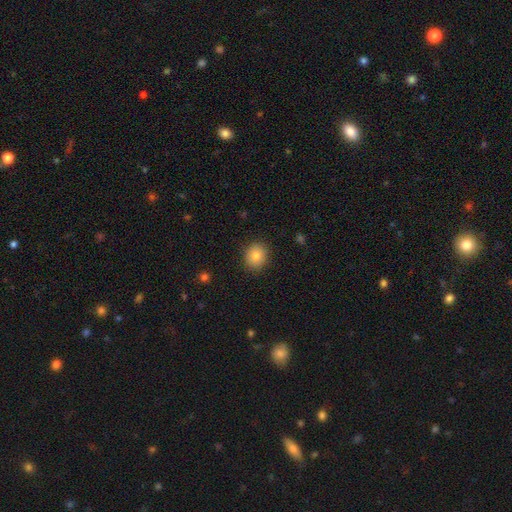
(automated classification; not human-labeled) Smooth or featured?
  - smooth: 82% *
  - star or artifact: 10%
  - featured or disk: 8%
How rounded?
  - round: 76% *
  - in between: 24%
  - cigar-shaped: 1%
Merging?
  - none: 89% *
  - minor disturbance: 8%
  - major disturbance: 2%
  - merger: 1%